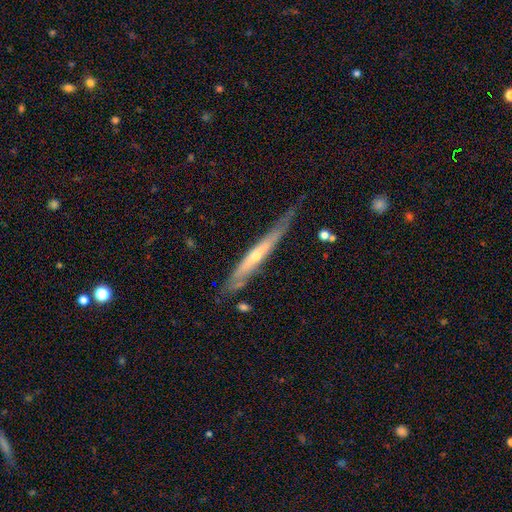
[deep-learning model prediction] Q: Smooth or featured?
A: featured or disk (66%); runner-up: smooth (29%)
Q: Edge-on disk?
A: yes (88%); runner-up: no (12%)
Q: Edge-on bulge?
A: rounded (56%); runner-up: none (40%)
Q: Merging?
A: none (67%); runner-up: minor disturbance (24%)